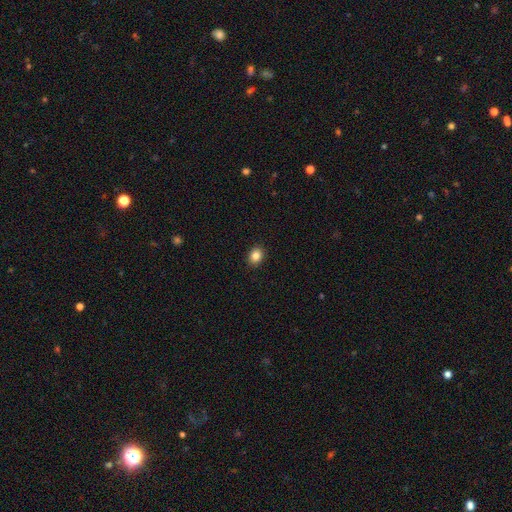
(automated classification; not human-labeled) Overall: smooth (85%). How rounded: in between (56%; round 43%). Merging: none (90%).